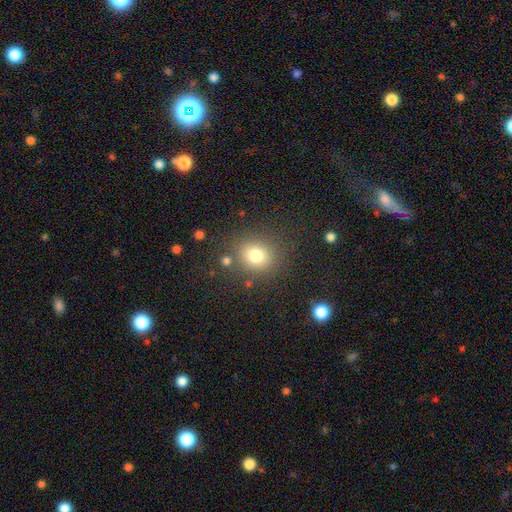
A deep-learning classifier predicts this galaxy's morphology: Smooth or featured? Predicted: smooth (p=0.77). How rounded? Predicted: round (p=0.78). Merging? Predicted: none (p=0.81).